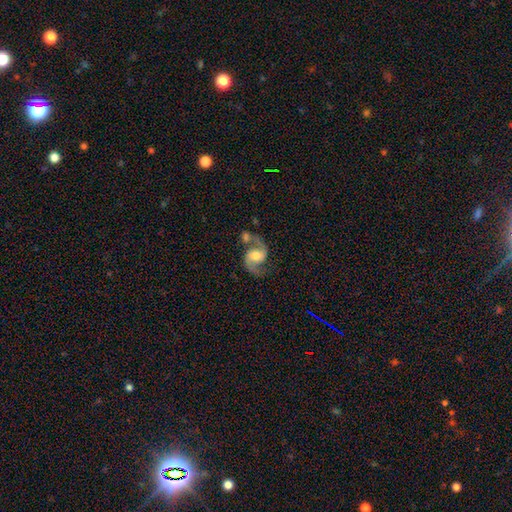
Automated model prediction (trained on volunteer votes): This appears to be a featured or disk galaxy (88%) with no bar (47%), 2 (94%) medium (51%) spiral arms (97%) and a moderate central bulge (63%). Merging: none (61%).